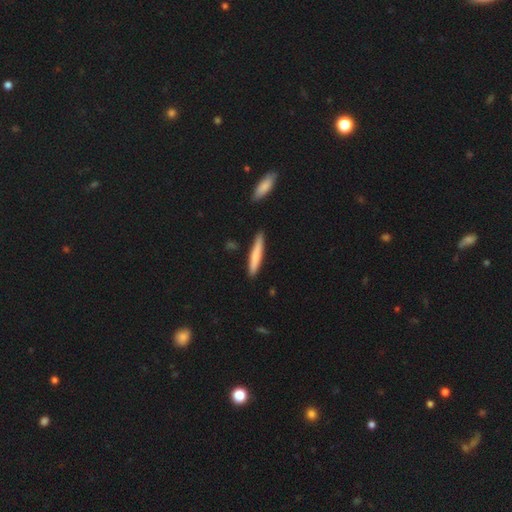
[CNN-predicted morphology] Smooth or featured? Predicted: smooth (p=0.74). How rounded? Predicted: cigar-shaped (p=0.93). Merging? Predicted: none (p=0.87).